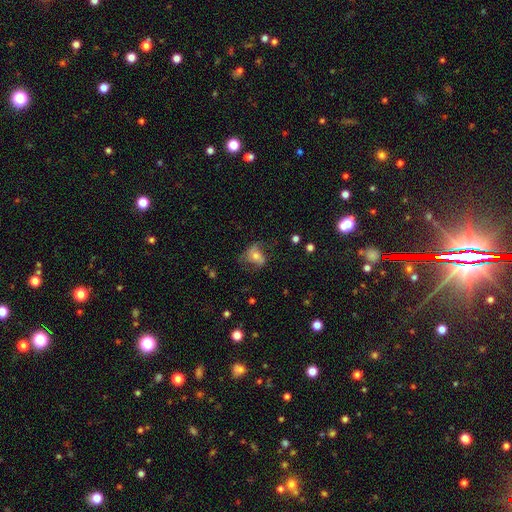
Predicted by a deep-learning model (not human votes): Morphology: type=smooth (45%); merging=none (43%).